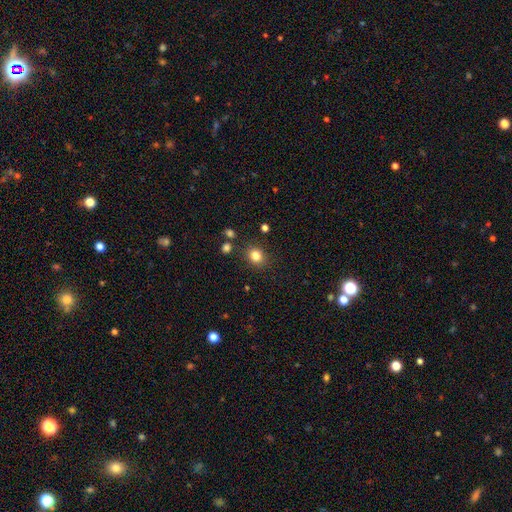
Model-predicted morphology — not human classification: This appears to be a smooth galaxy with no disk features (82%) that is round (69%). Merging: none (85%).